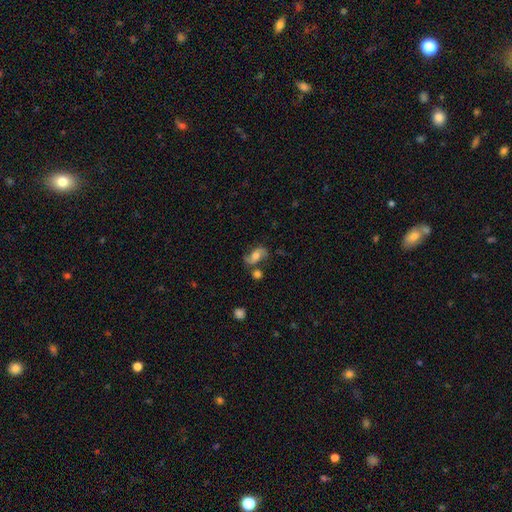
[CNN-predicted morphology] The model was most divided on "bar": no: 58%, weak: 32%, strong: 10%. More confident: edge-on disk — no (96%); spiral arms — yes (91%); spiral arm count — 2 (90%); smooth or featured — featured or disk (66%); spiral winding — loose (63%); merging — none (60%); bulge size — moderate (56%).